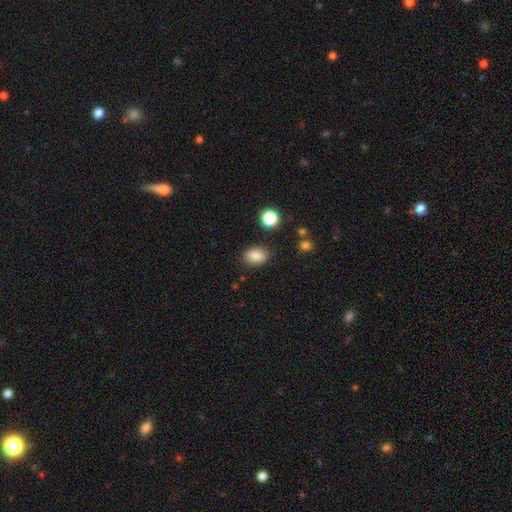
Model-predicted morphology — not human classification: The model was most divided on "how rounded": in between: 80%, round: 19%, cigar-shaped: 1%. More confident: smooth or featured — smooth (85%); merging — none (84%).